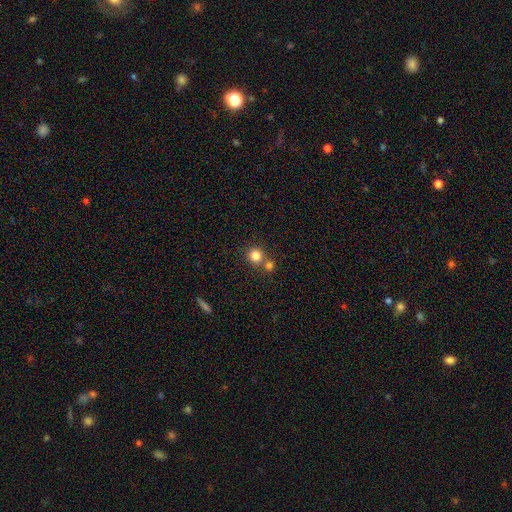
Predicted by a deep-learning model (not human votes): A smooth galaxy with no disk features (82%) that is round (91%). Merging: none (60%).